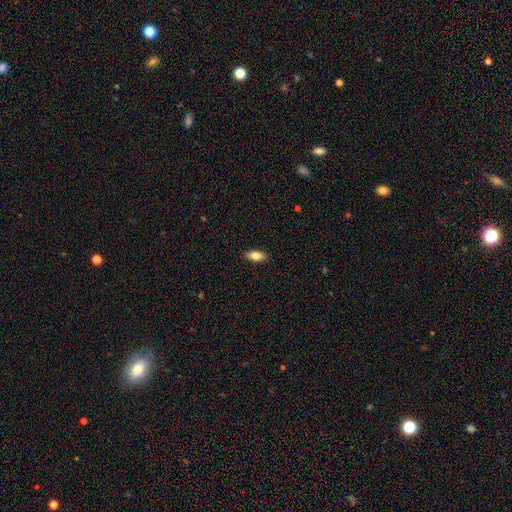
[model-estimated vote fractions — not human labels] Smooth or featured? Predicted: smooth (p=0.80). How rounded? Predicted: in between (p=0.85). Merging? Predicted: none (p=0.89).